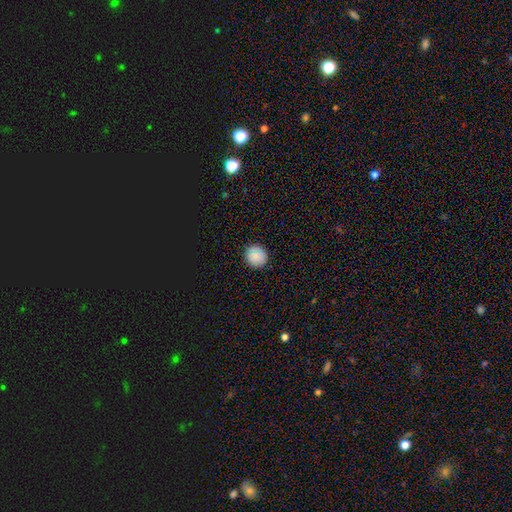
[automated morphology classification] smooth 82%, star or artifact 10%, featured or disk 8%. Down the decision tree: how rounded — round (93%); merging — none (89%).